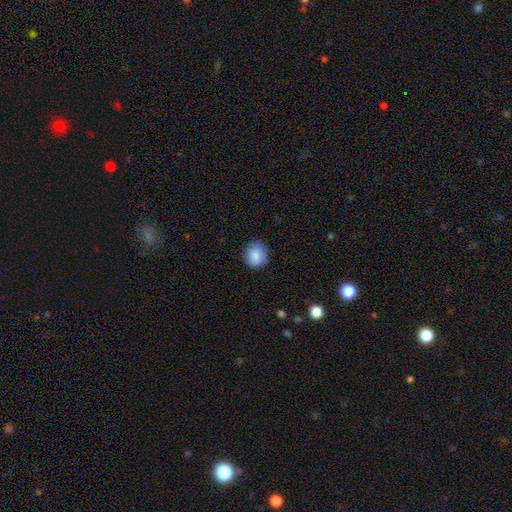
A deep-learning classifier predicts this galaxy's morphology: Overall: smooth (88%). How rounded: round (80%). Merging: none (84%).